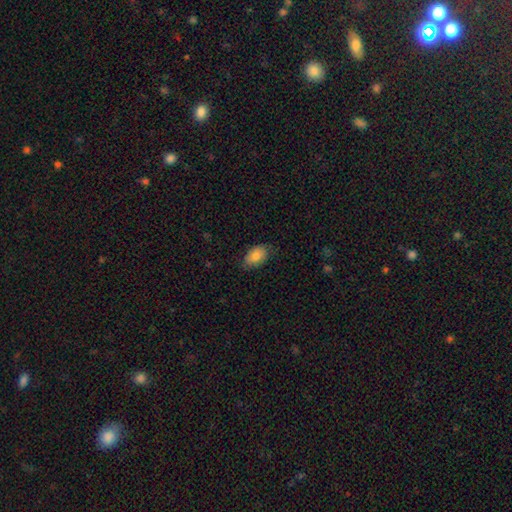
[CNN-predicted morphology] smooth_or_featured: smooth (p=0.82) [alt: featured or disk p=0.12]
how_rounded: in between (p=0.89) [alt: round p=0.10]
merging: none (p=0.76) [alt: minor disturbance p=0.20]